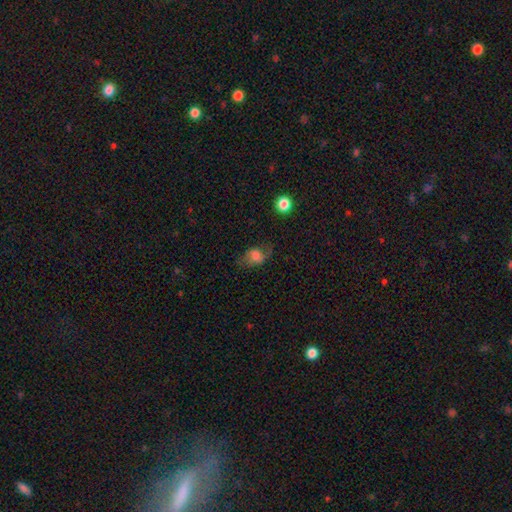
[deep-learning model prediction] smooth_or_featured: smooth (p=0.68) [alt: featured or disk p=0.20]
how_rounded: in between (p=0.70) [alt: round p=0.28]
merging: none (p=0.56) [alt: minor disturbance p=0.25]